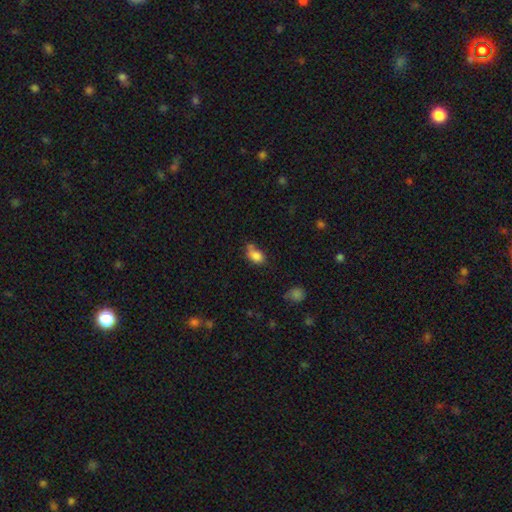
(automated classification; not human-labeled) Morphology: type=smooth (80%); roundness=in between (73%); merging=none (40%).